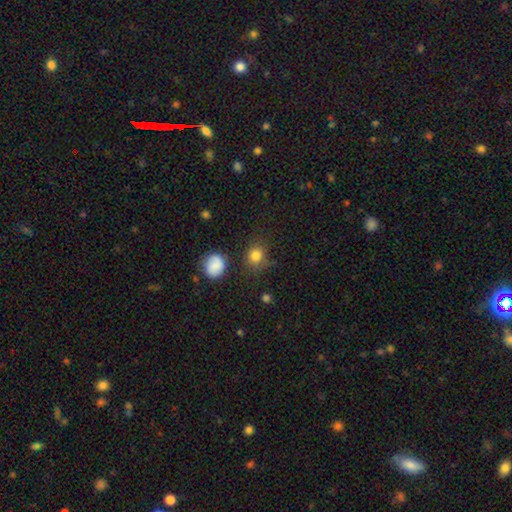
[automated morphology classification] The model was most divided on "how rounded": round: 79%, in between: 20%, cigar-shaped: 1%. More confident: smooth or featured — smooth (82%); merging — none (78%).